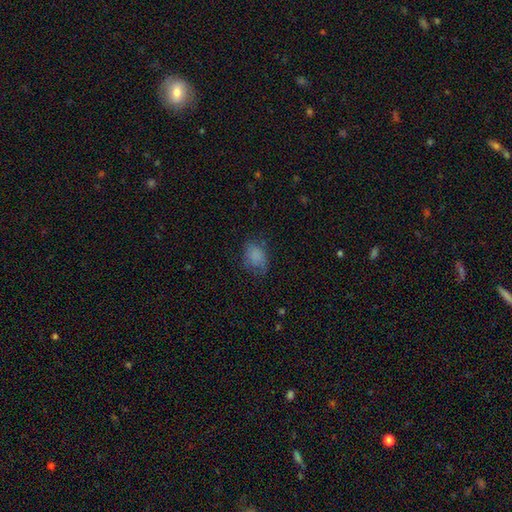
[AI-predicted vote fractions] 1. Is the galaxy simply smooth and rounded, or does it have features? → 80% smooth, 11% star or artifact, 10% featured or disk.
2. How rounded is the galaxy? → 70% in between, 29% round, 1% cigar-shaped.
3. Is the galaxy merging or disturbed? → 62% none, 25% minor disturbance, 11% major disturbance, 1% merger.